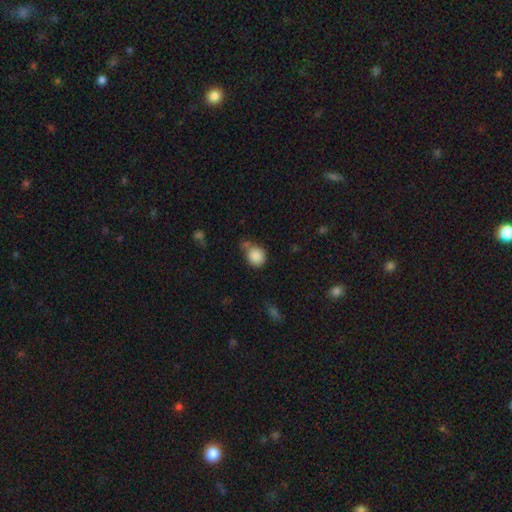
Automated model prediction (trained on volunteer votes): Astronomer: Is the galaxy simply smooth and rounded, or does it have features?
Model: smooth — 87%.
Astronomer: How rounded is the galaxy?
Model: round — 77%.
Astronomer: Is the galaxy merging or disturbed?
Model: none — 55%.